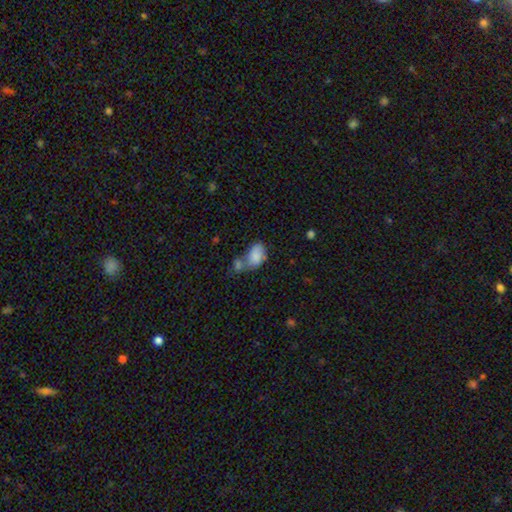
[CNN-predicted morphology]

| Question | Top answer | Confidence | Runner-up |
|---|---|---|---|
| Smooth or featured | smooth | 82% | featured or disk (10%) |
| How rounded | in between | 89% | round (10%) |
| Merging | merger | 45% | none (29%) |